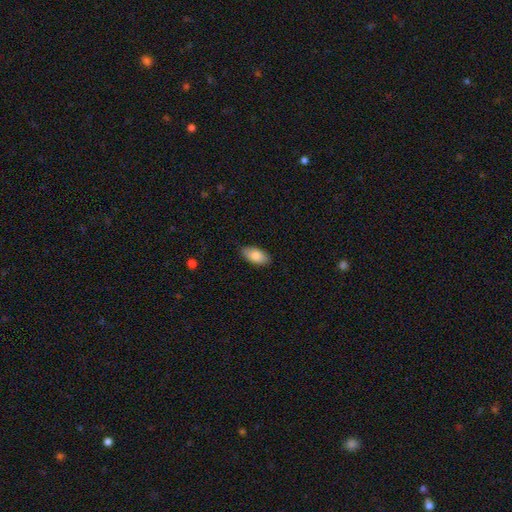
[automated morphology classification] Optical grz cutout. It shows a smooth galaxy with no disk features (85%) that is in between round and cigar-shaped (93%). Merging: none (86%).